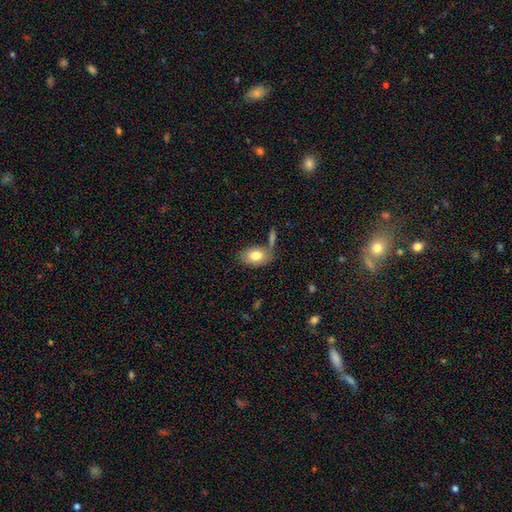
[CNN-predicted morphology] type=smooth (78%); roundness=in between (86%); merging=none (57%).